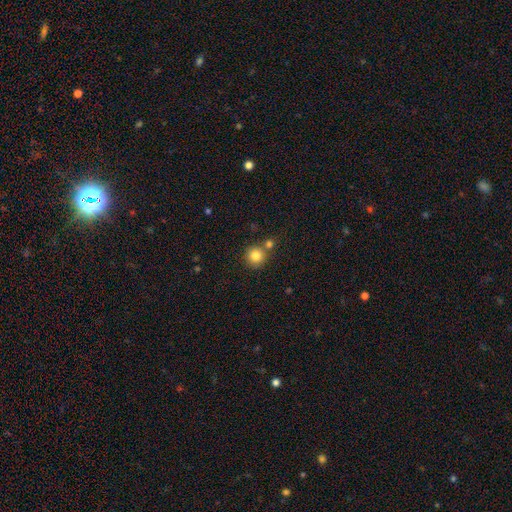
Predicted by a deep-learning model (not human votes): smooth_or_featured: smooth (p=0.83) [alt: star or artifact p=0.11]
how_rounded: round (p=0.93) [alt: in between p=0.06]
merging: none (p=0.69) [alt: merger p=0.20]